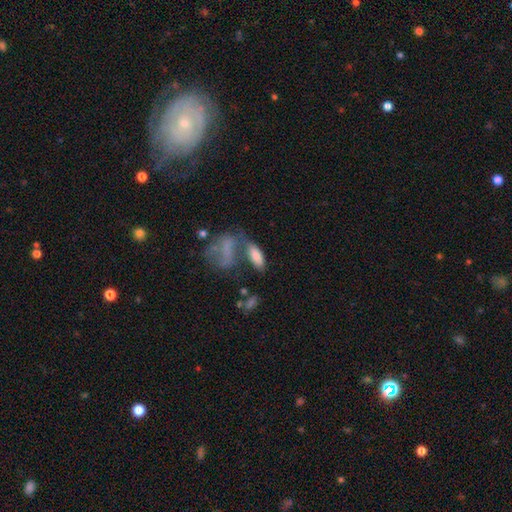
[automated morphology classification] Smooth or featured: smooth — 79% (featured or disk — 13%)
How rounded: in between — 76% (cigar-shaped — 20%)
Merging: none — 43% (merger — 30%)